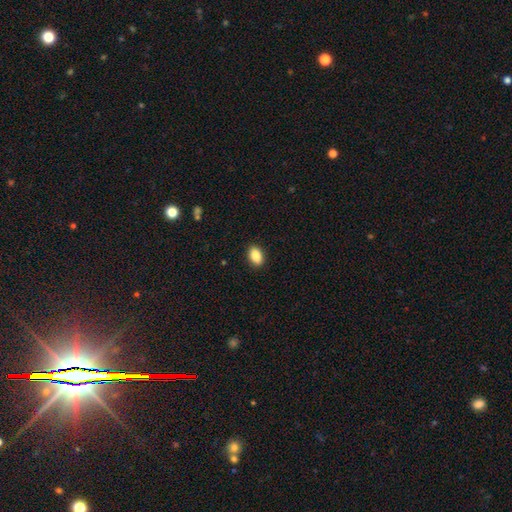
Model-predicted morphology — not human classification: smooth_or_featured: smooth (p=0.88) [alt: star or artifact p=0.08]
how_rounded: in between (p=0.87) [alt: round p=0.12]
merging: none (p=0.90) [alt: minor disturbance p=0.07]